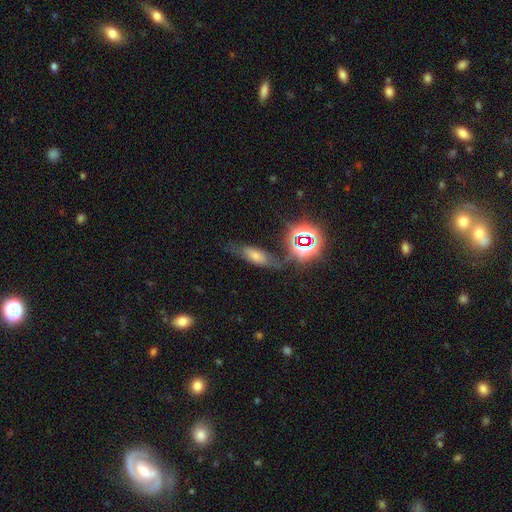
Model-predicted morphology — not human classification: This is marginally a smooth galaxy (42%). Merging: likely none (64%).